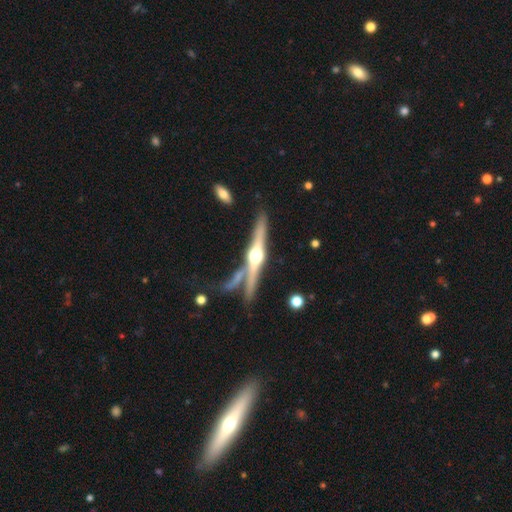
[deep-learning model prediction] Smooth or featured? featured or disk (81%)
Edge-on disk? yes (97%)
Edge-on bulge? rounded (95%)
Merging? none (74%)